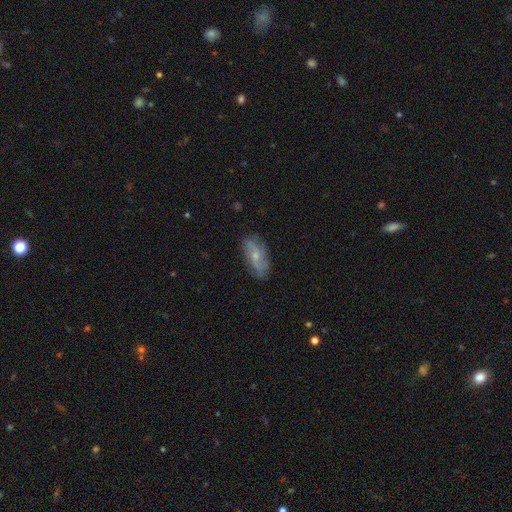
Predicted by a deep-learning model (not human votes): Smooth or featured? featured or disk (58%)
Edge-on disk? no (90%)
Bar? no (64%)
Spiral arms? yes (82%)
Bulge size? small (54%)
Merging? none (76%)